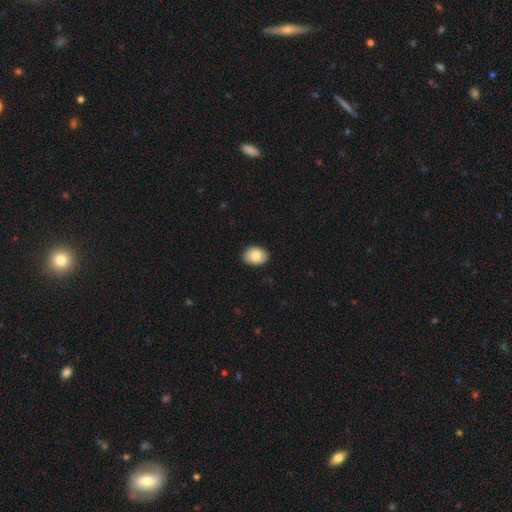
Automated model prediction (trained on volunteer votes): This is clearly a smooth galaxy (83%). How rounded: likely in between (76%). Merging: clearly none (88%).